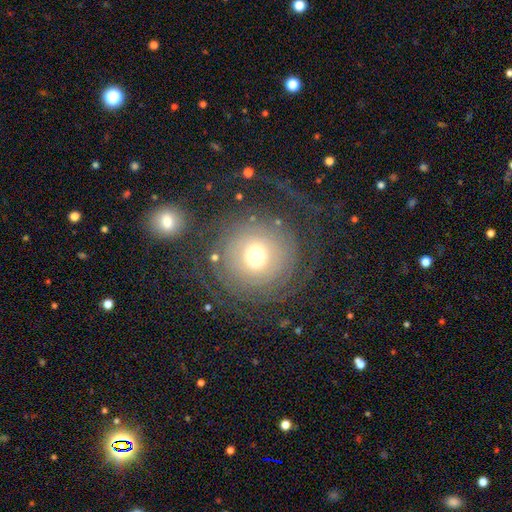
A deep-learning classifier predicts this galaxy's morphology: smooth-or-featured: featured or disk: 60% | smooth: 29% | star or artifact: 10%
  disk-edge-on: no: 96% | yes: 4%
    bar: no: 80% | weak: 15% | strong: 5%
    has-spiral-arms: yes: 73% | no: 27%
    bulge-size: moderate: 57% | small: 26% | large: 12% | dominant: 3% | none: 2%
  merging: none: 70% | major disturbance: 15% | minor disturbance: 12% | merger: 3%